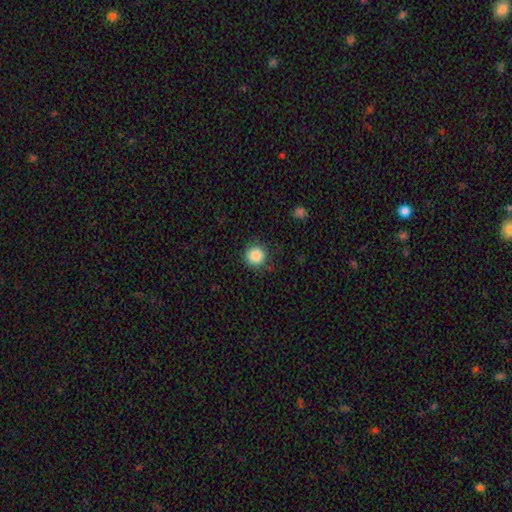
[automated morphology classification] A smooth galaxy with no disk features (87%) that is round (95%). Merging: none (89%).